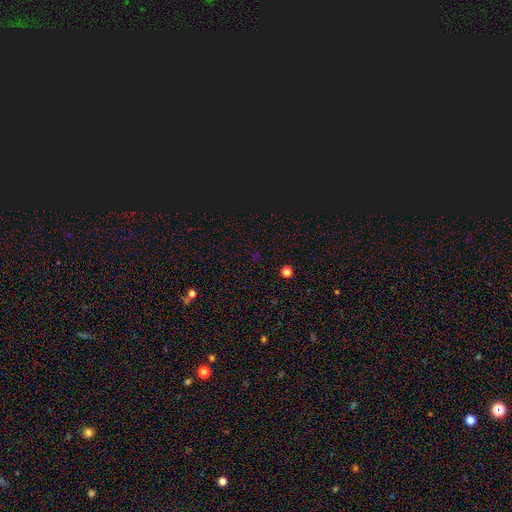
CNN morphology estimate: This is likely a star or artifact rather than a galaxy (63%).